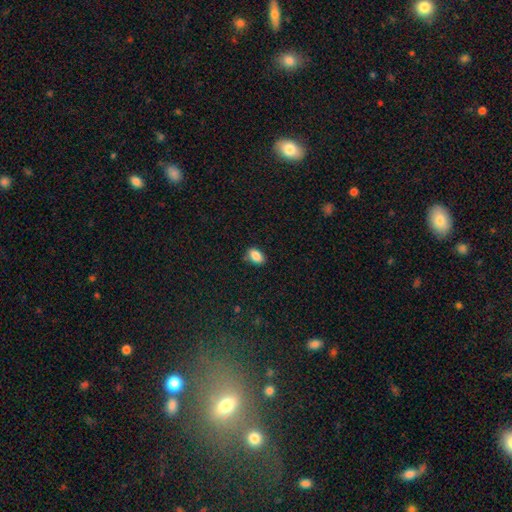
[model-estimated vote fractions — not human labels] Q: Smooth or featured?
A: smooth (88%); runner-up: star or artifact (8%)
Q: How rounded?
A: in between (88%); runner-up: round (10%)
Q: Merging?
A: none (81%); runner-up: minor disturbance (14%)